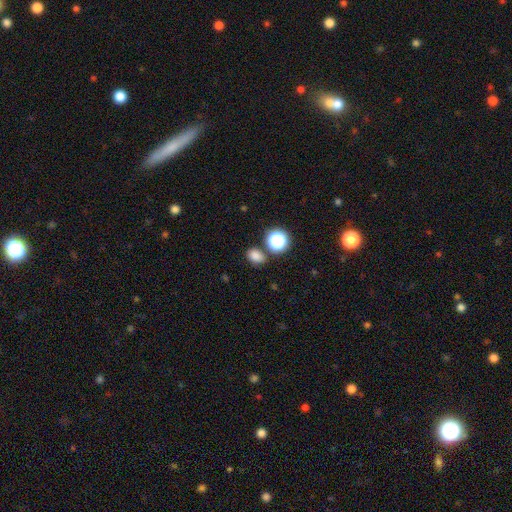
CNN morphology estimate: Smooth or featured: smooth — 78% (star or artifact — 17%)
How rounded: in between — 58% (round — 41%)
Merging: none — 77% (minor disturbance — 10%)